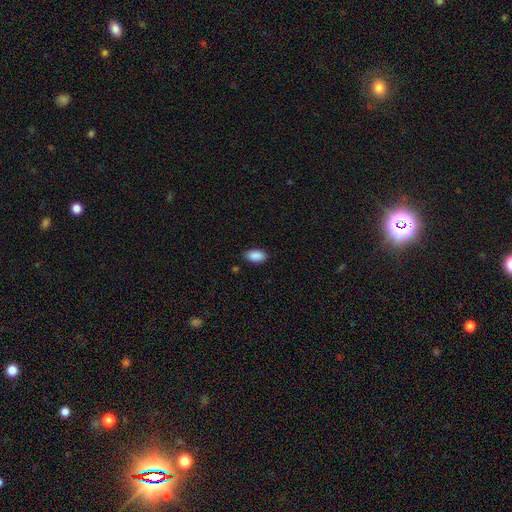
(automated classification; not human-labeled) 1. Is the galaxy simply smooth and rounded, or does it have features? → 90% smooth, 7% star or artifact, 3% featured or disk.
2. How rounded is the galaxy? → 94% in between, 4% round, 2% cigar-shaped.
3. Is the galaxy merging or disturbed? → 85% none, 12% minor disturbance, 2% major disturbance, 1% merger.